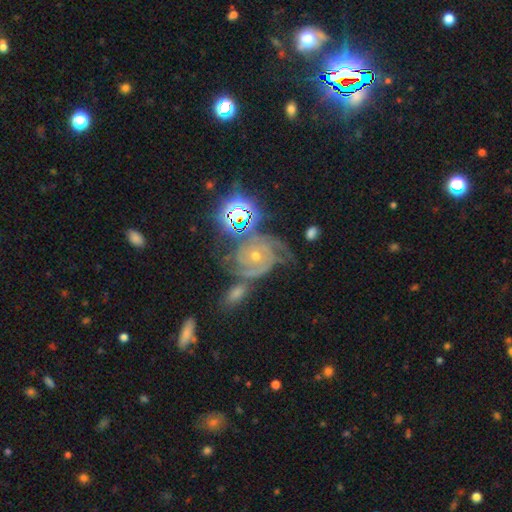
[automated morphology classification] featured or disk 75%, star or artifact 17%, smooth 8%. Down the decision tree: edge-on disk — no (97%); bar — no (75%); spiral arms — yes (96%); spiral arm count — 3 (36%); spiral winding — tight (65%); bulge size — small (55%); merging — none (48%).